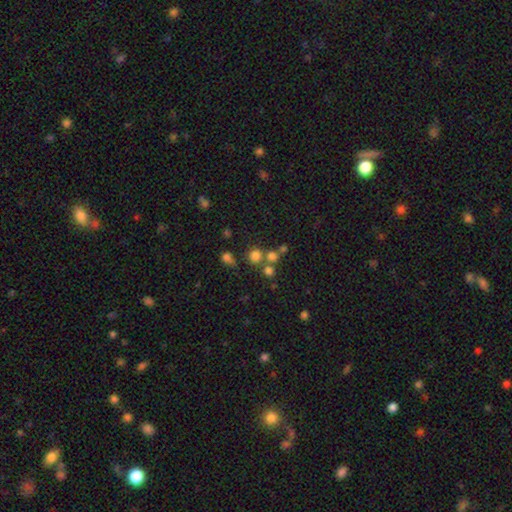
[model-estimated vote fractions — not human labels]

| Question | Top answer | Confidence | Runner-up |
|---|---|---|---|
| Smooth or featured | smooth | 69% | star or artifact (21%) |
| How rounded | round | 88% | in between (11%) |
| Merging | none | 61% | merger (26%) |